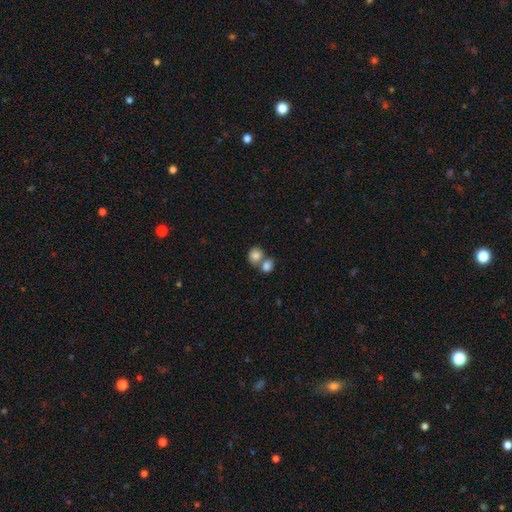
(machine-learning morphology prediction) Smooth or featured? smooth (82%)
How rounded? round (75%)
Merging? merger (55%)